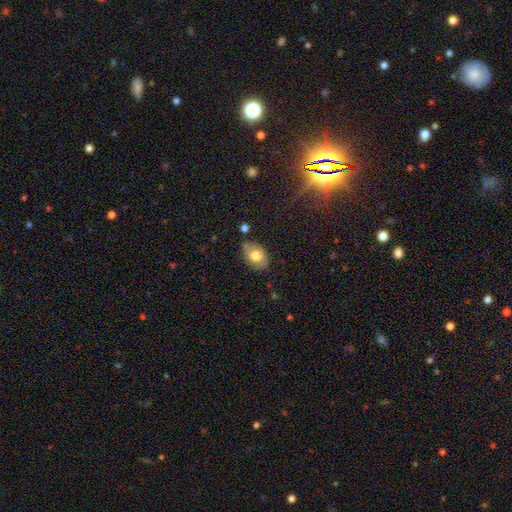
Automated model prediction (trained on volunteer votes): Q: Smooth or featured?
A: smooth (71%); runner-up: featured or disk (21%)
Q: How rounded?
A: in between (82%); runner-up: round (17%)
Q: Merging?
A: none (72%); runner-up: minor disturbance (20%)